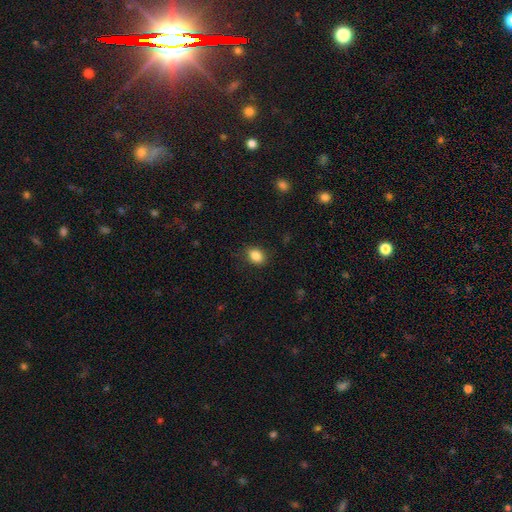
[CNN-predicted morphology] smooth-or-featured: smooth: 86% | star or artifact: 9% | featured or disk: 5%
  how-rounded: in between: 64% | round: 35% | cigar-shaped: 1%
  merging: none: 85% | minor disturbance: 11% | major disturbance: 3% | merger: 1%